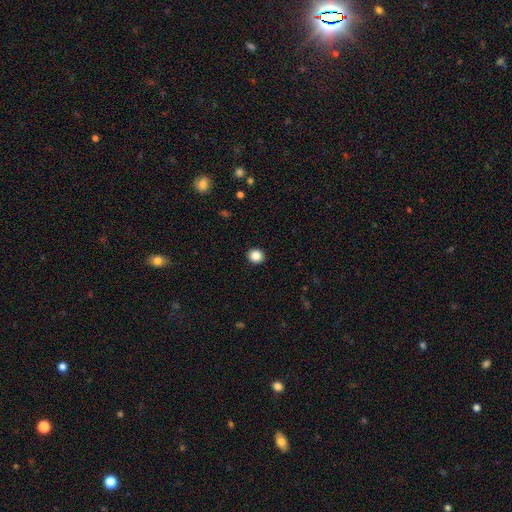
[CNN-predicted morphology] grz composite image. It shows a smooth galaxy with no disk features (86%) that is round (87%). Merging: none (92%).